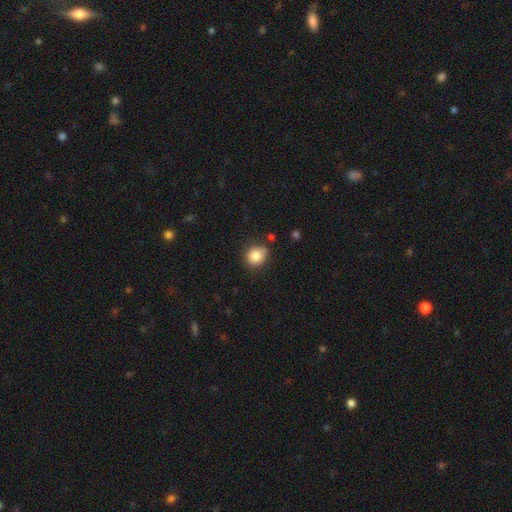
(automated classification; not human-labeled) Q: Smooth or featured?
A: smooth (84%); runner-up: star or artifact (10%)
Q: How rounded?
A: round (75%); runner-up: in between (24%)
Q: Merging?
A: none (72%); runner-up: minor disturbance (19%)